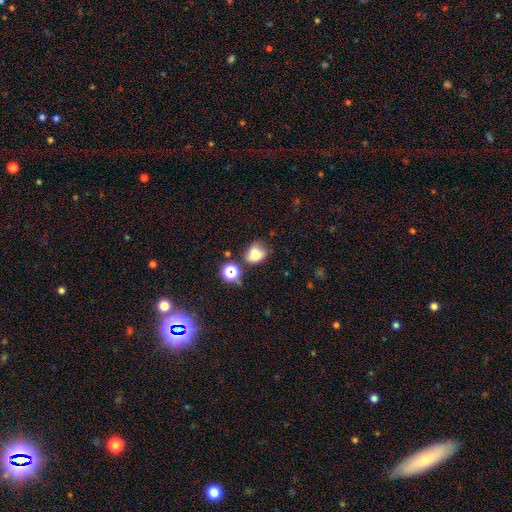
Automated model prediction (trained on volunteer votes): A smooth galaxy with no disk features (71%) that is round (55%). Merging: none (49%).